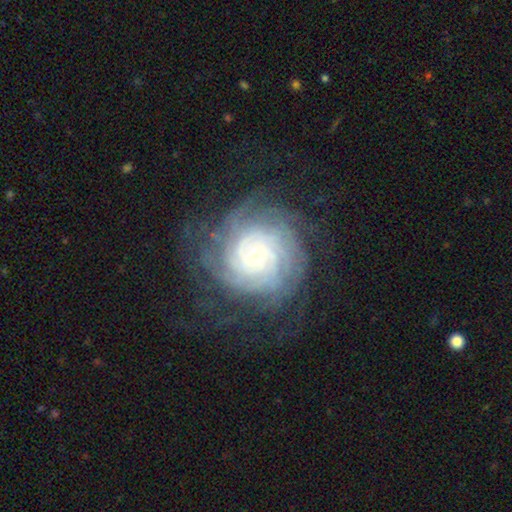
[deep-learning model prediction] Q: Smooth or featured?
A: featured or disk (87%); runner-up: smooth (6%)
Q: Edge-on disk?
A: no (97%); runner-up: yes (3%)
Q: Bar?
A: no (67%); runner-up: weak (25%)
Q: Spiral arms?
A: yes (97%); runner-up: no (3%)
Q: Spiral winding?
A: tight (82%); runner-up: medium (14%)
Q: Spiral arm count?
A: can't tell (32%); runner-up: more than 4 (27%)
Q: Bulge size?
A: small (49%); runner-up: moderate (46%)
Q: Merging?
A: none (76%); runner-up: minor disturbance (14%)